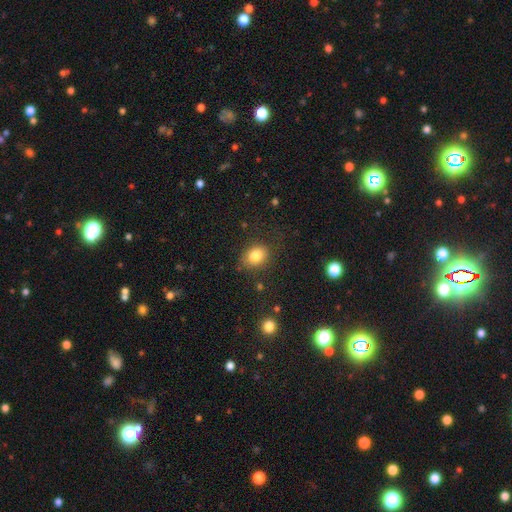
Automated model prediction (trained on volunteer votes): smooth_or_featured: smooth (p=0.82) [alt: star or artifact p=0.10]
how_rounded: in between (p=0.55) [alt: round p=0.44]
merging: none (p=0.79) [alt: minor disturbance p=0.14]